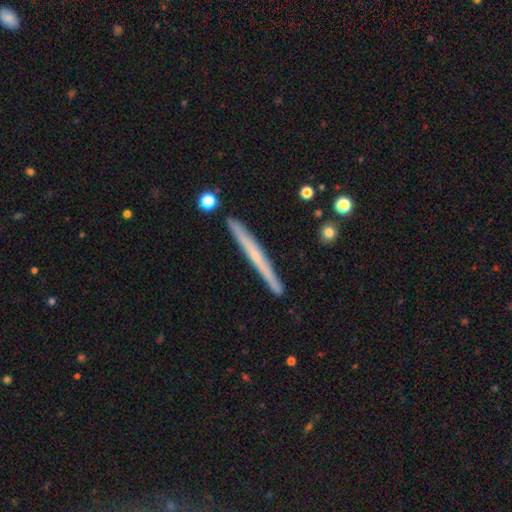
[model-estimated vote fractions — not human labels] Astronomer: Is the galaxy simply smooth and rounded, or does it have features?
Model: featured or disk — 52% (runner-up: smooth, 41%).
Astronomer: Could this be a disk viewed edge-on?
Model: yes — 97%.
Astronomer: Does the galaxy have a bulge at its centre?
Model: none — 76%.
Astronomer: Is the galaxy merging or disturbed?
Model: none — 90%.